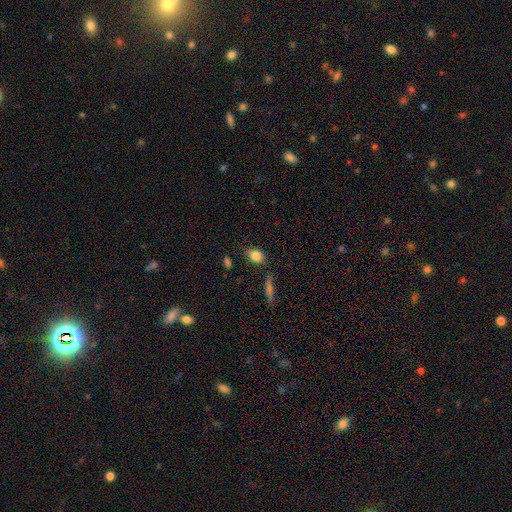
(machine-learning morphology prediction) This is clearly a smooth galaxy (85%). How rounded: likely in between (75%). Merging: likely none (77%).